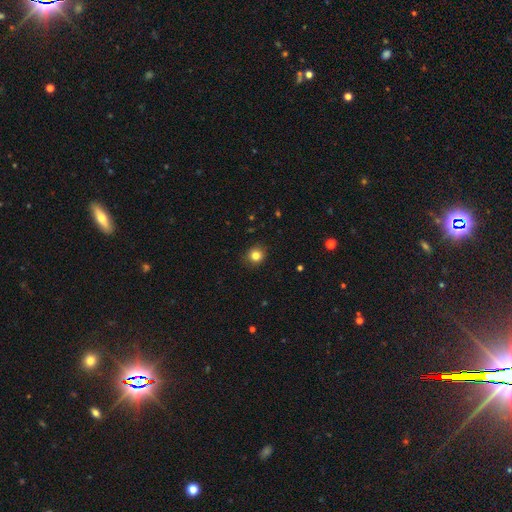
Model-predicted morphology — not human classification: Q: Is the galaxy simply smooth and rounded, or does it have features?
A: smooth — 82%.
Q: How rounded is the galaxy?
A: round — 89%.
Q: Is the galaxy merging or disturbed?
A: none — 91%.